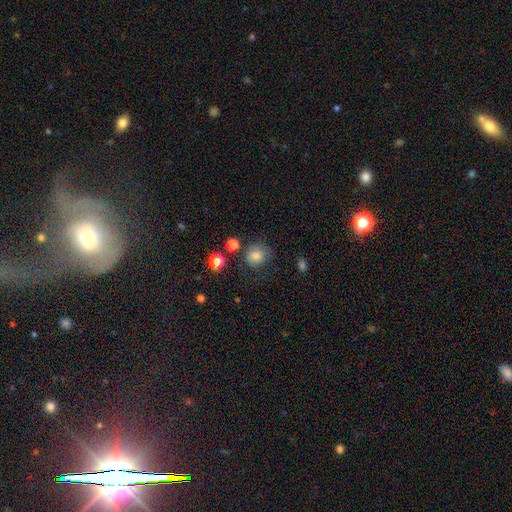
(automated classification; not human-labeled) A smooth galaxy with no disk features (81%) that is round (81%). Merging: none (68%).